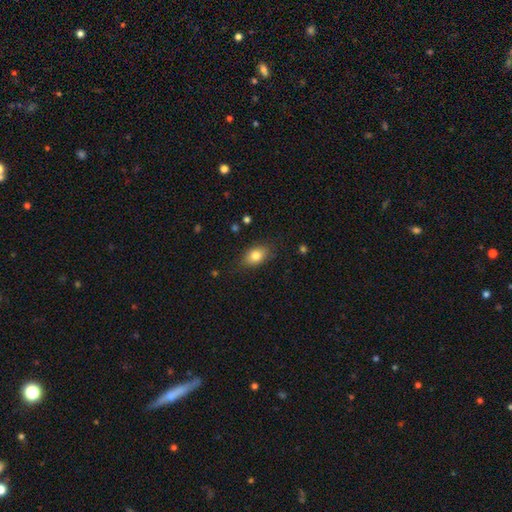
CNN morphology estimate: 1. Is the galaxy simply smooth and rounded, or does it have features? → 81% smooth, 10% featured or disk, 9% star or artifact.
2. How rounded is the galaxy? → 82% in between, 15% round, 2% cigar-shaped.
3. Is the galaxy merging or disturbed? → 81% none, 14% minor disturbance, 4% major disturbance, 1% merger.